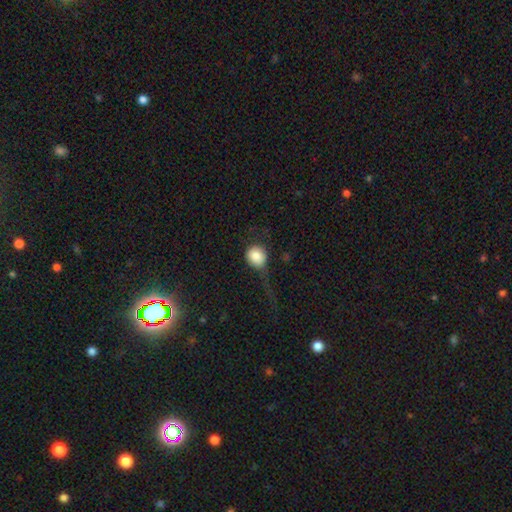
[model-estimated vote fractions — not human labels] Smooth or featured: smooth — 83% (featured or disk — 9%)
How rounded: round — 81% (in between — 18%)
Merging: none — 40% (major disturbance — 30%)